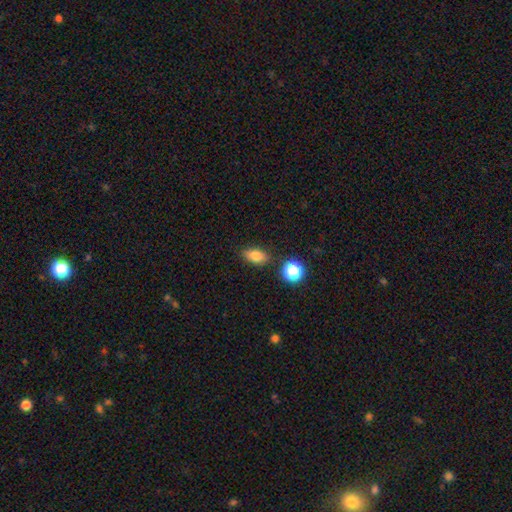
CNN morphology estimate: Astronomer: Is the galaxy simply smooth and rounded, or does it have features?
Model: smooth — 80%.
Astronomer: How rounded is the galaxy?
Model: in between — 80%.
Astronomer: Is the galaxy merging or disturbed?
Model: none — 82%.